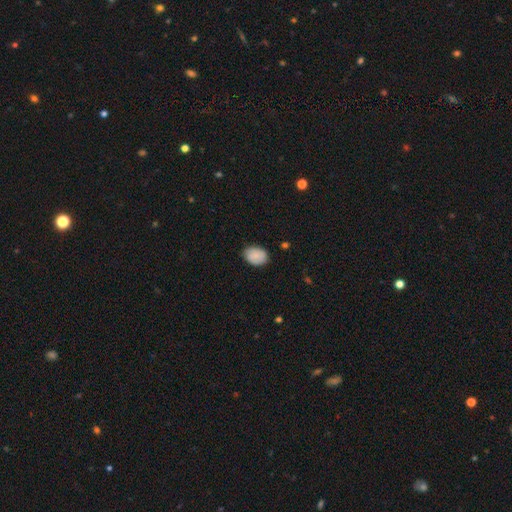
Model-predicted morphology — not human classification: smooth_or_featured: smooth (p=0.84) [alt: featured or disk p=0.08]
how_rounded: in between (p=0.78) [alt: round p=0.21]
merging: none (p=0.78) [alt: minor disturbance p=0.17]